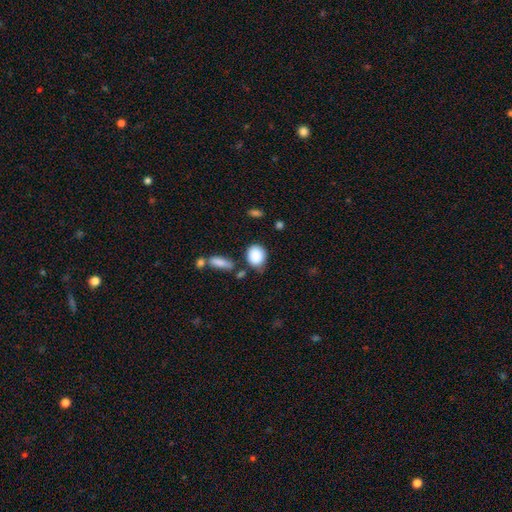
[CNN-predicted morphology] The model was most divided on "how rounded": round: 62%, in between: 37%, cigar-shaped: 2%. More confident: smooth or featured — smooth (88%); merging — none (65%).